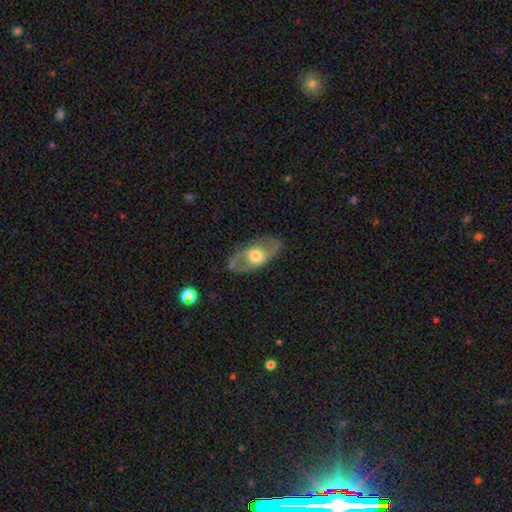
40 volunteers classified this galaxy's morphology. Volunteers were most divided on "spiral winding" (2-way tie): medium: 36%, loose: 36%, tight: 29%; "bulge size" (2-way tie): large: 43%, moderate: 43%, dominant: 5%, small: 5%, none: 5%. Remaining: spiral arm count — 2 (100%); edge-on disk — no (88%); merging — none (78%); spiral arms — yes (67%); smooth or featured — featured or disk (60%); bar — no (48%).